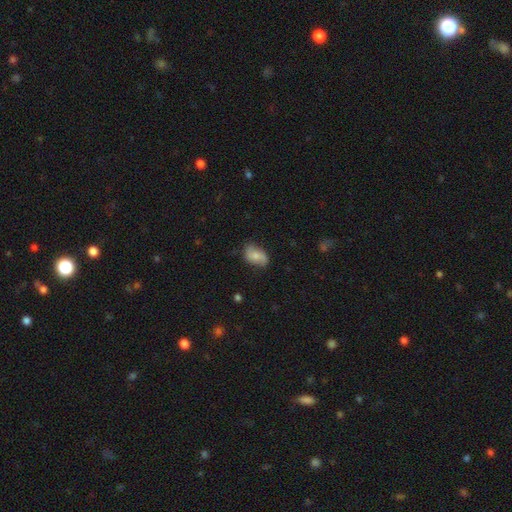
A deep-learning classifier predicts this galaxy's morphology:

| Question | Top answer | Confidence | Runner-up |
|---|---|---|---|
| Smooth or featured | smooth | 58% | featured or disk (34%) |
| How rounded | in between | 88% | round (10%) |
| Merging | none | 67% | minor disturbance (25%) |